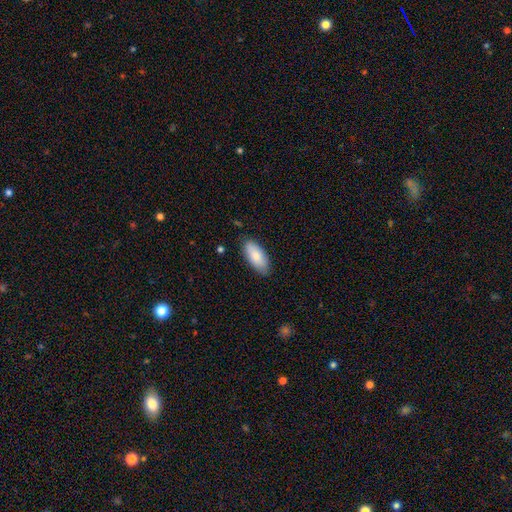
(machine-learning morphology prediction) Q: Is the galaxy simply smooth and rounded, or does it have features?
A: smooth — 82%.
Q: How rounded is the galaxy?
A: in between — 88%.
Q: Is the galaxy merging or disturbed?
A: none — 83%.